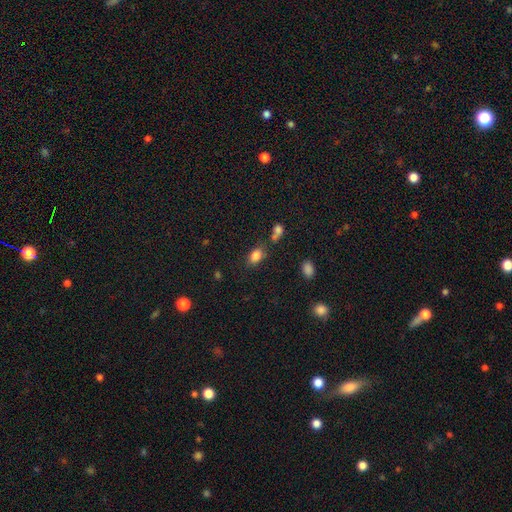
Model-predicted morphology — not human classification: Q: Smooth or featured?
A: smooth (83%); runner-up: star or artifact (11%)
Q: How rounded?
A: in between (81%); runner-up: round (18%)
Q: Merging?
A: none (71%); runner-up: minor disturbance (15%)